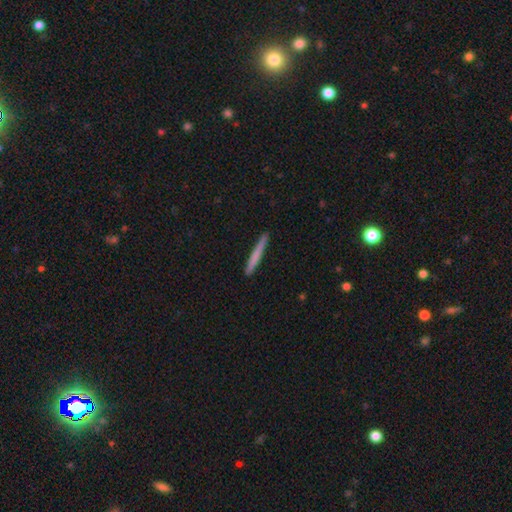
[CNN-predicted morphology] smooth_or_featured: smooth (p=0.70) [alt: featured or disk p=0.25]
how_rounded: cigar-shaped (p=0.97) [alt: in between p=0.02]
merging: none (p=0.91) [alt: minor disturbance p=0.06]